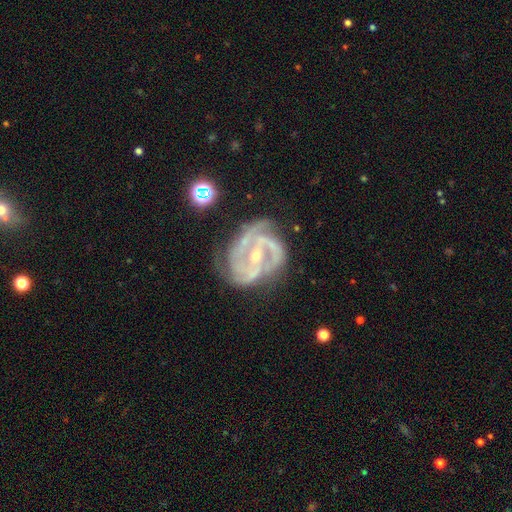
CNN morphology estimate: Smooth or featured? featured or disk (90%)
Edge-on disk? no (98%)
Bar? weak (36%)
Spiral arms? yes (97%)
Spiral winding? medium (46%)
Spiral arm count? 3 (38%)
Bulge size? small (64%)
Merging? none (58%)